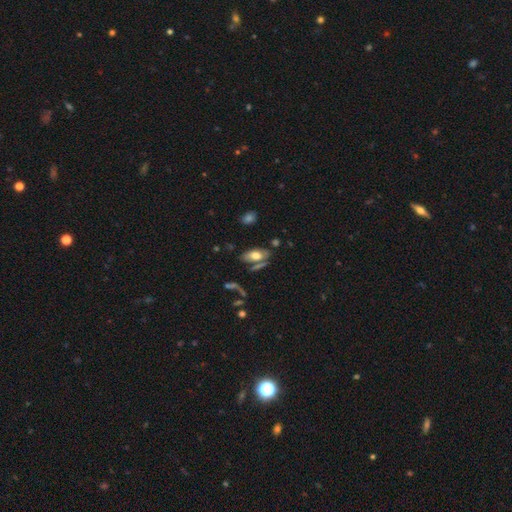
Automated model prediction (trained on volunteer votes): The model was most divided on "smooth or featured": smooth: 63%, featured or disk: 28%, star or artifact: 9%. More confident: how rounded — in between (90%); merging — none (61%).